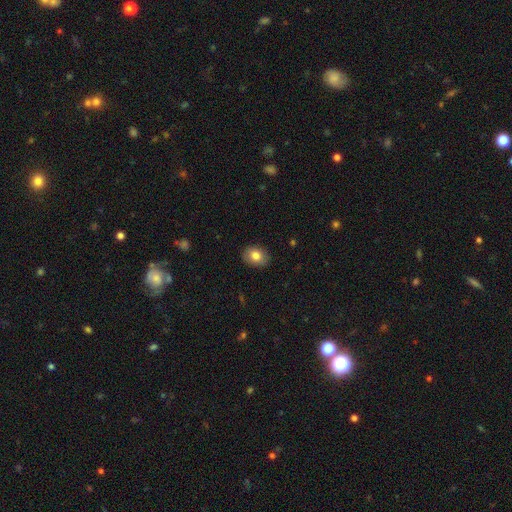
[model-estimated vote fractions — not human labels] Q: Smooth or featured?
A: smooth (81%); runner-up: featured or disk (11%)
Q: How rounded?
A: in between (64%); runner-up: round (35%)
Q: Merging?
A: none (87%); runner-up: minor disturbance (9%)